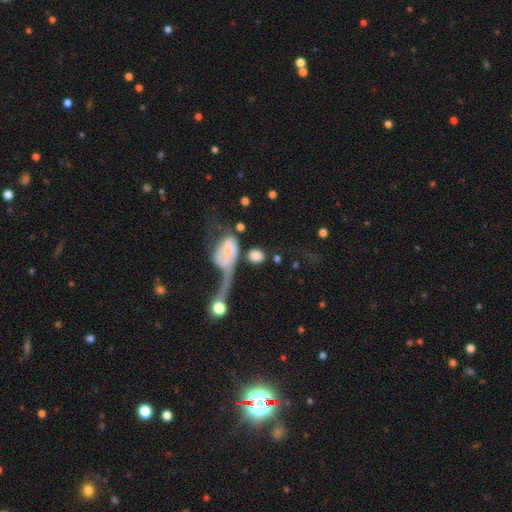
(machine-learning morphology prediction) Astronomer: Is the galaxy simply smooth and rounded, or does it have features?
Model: smooth — 73%.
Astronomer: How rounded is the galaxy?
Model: round — 60% (runner-up: in between, 36%).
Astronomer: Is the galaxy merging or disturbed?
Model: none — 38% (runner-up: merger, 35%).